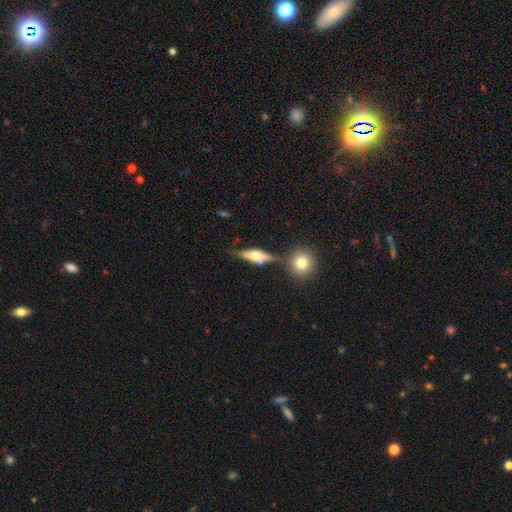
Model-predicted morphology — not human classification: Smooth or featured?
  - featured or disk: 64% *
  - smooth: 28%
  - star or artifact: 8%
Edge-on disk?
  - yes: 92% *
  - no: 8%
Edge-on bulge?
  - rounded: 88% *
  - boxy: 9%
  - none: 3%
Merging?
  - none: 69% *
  - minor disturbance: 15%
  - merger: 10%
  - major disturbance: 5%